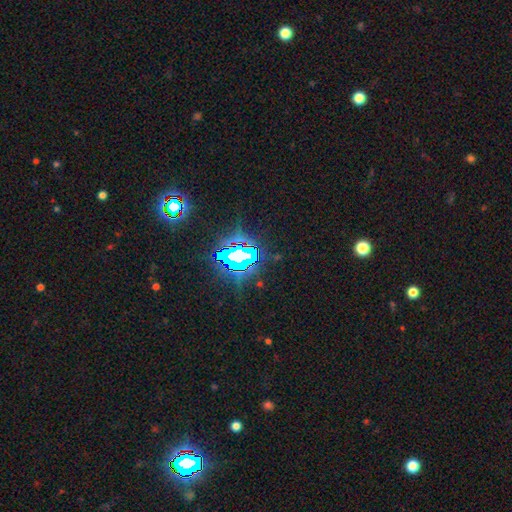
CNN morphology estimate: This appears to be a star or artifact, not a galaxy (81%).